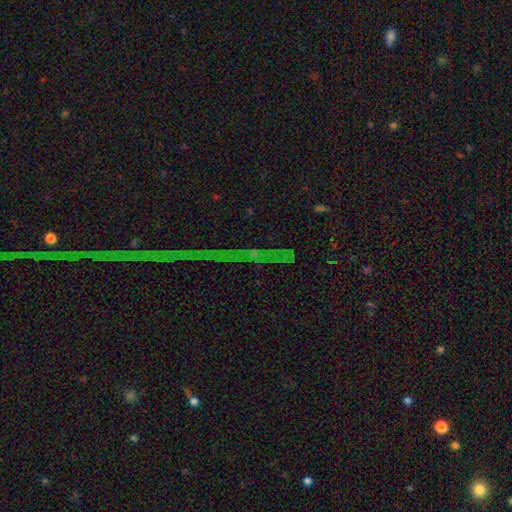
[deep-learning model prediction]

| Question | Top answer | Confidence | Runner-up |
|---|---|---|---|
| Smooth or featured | star or artifact | 85% | featured or disk (8%) |